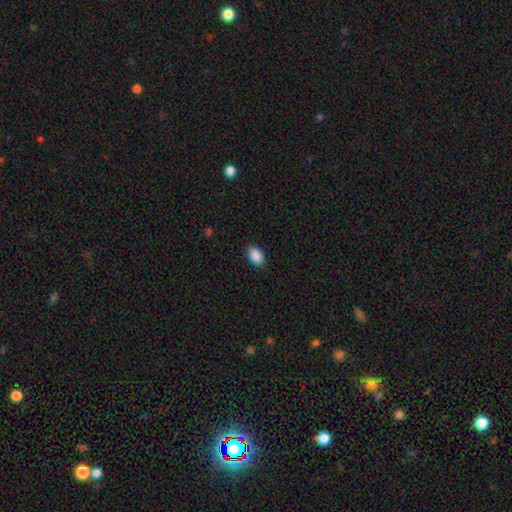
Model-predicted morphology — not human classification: smooth 90%, star or artifact 7%, featured or disk 3%. Down the decision tree: how rounded — in between (91%); merging — none (88%).